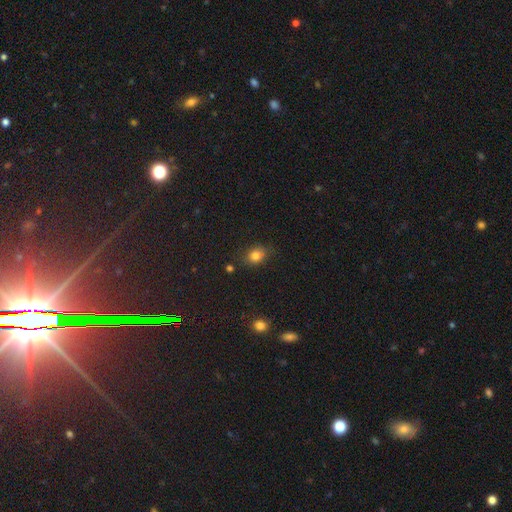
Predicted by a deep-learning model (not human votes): smooth 81%, star or artifact 13%, featured or disk 7%. Down the decision tree: how rounded — in between (60%); merging — none (75%).